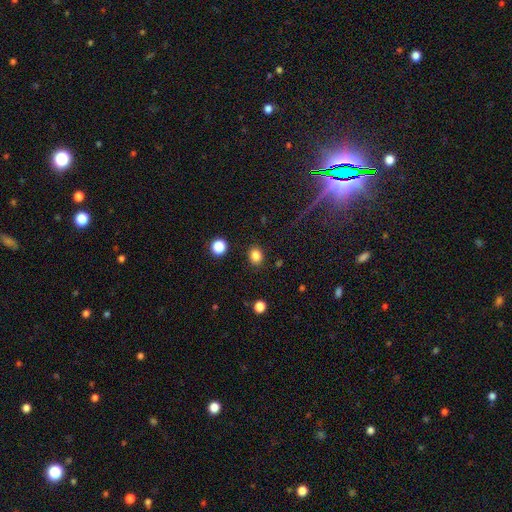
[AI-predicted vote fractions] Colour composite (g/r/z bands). It shows a smooth galaxy with no disk features (84%) that is round (57%). Merging: none (88%).